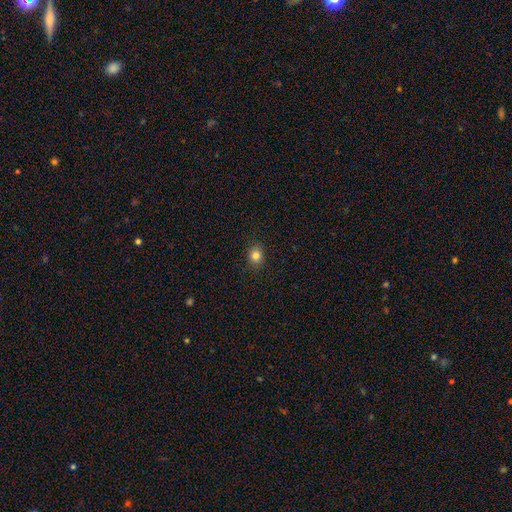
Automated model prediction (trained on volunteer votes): Q: Smooth or featured?
A: smooth (83%); runner-up: star or artifact (12%)
Q: How rounded?
A: round (64%); runner-up: in between (35%)
Q: Merging?
A: none (89%); runner-up: minor disturbance (8%)